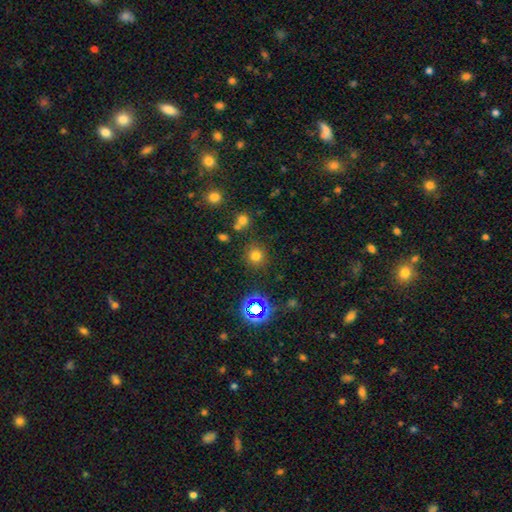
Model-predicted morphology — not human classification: Smooth or featured?
  - smooth: 70% *
  - star or artifact: 23%
  - featured or disk: 7%
How rounded?
  - round: 91% *
  - in between: 8%
  - cigar-shaped: 1%
Merging?
  - none: 83% *
  - minor disturbance: 8%
  - merger: 6%
  - major disturbance: 3%